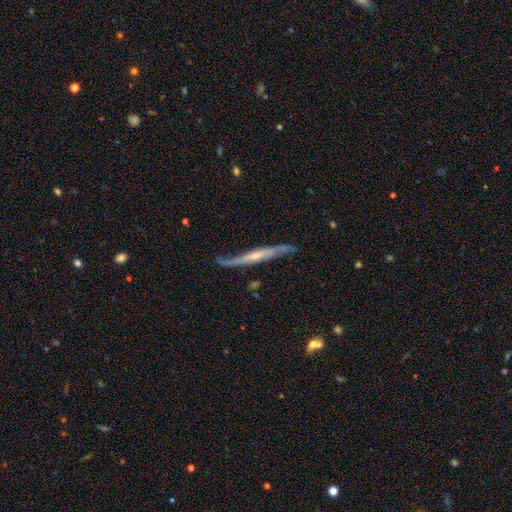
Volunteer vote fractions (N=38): Morphology: type=featured or disk (89%); edge-on=yes (74%); edge-on bulge=none (48%); merging=none (49%).